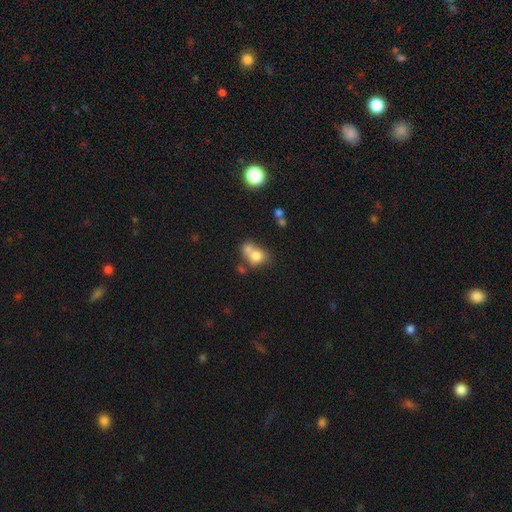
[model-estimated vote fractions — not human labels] This appears to be a smooth galaxy with no disk features (74%) that is round (57%). Merging: merger (55%).